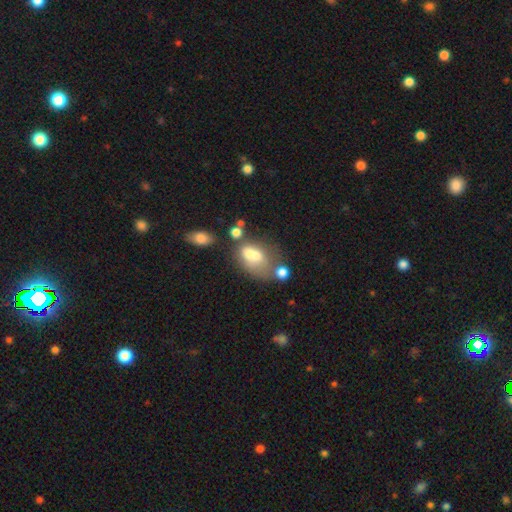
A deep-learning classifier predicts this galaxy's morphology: A smooth galaxy with no disk features (62%) that is in between round and cigar-shaped (80%). Merging: merger (43%).